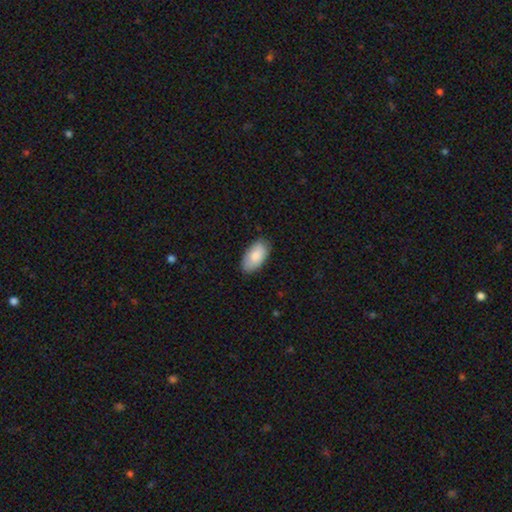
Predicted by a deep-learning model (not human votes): Smooth or featured? smooth (86%)
How rounded? in between (95%)
Merging? none (83%)